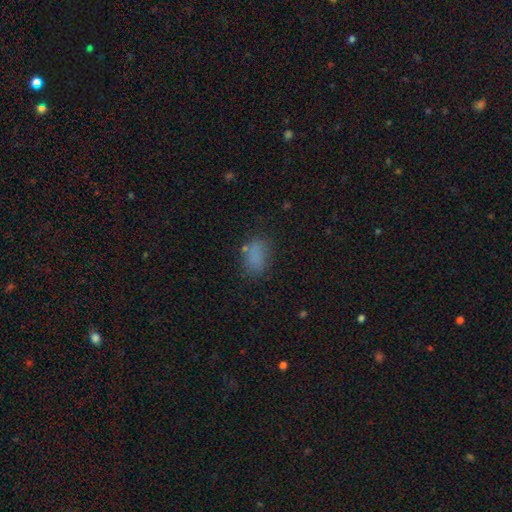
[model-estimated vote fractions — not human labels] smooth 78%, star or artifact 14%, featured or disk 9%. Down the decision tree: how rounded — in between (85%); merging — none (68%).